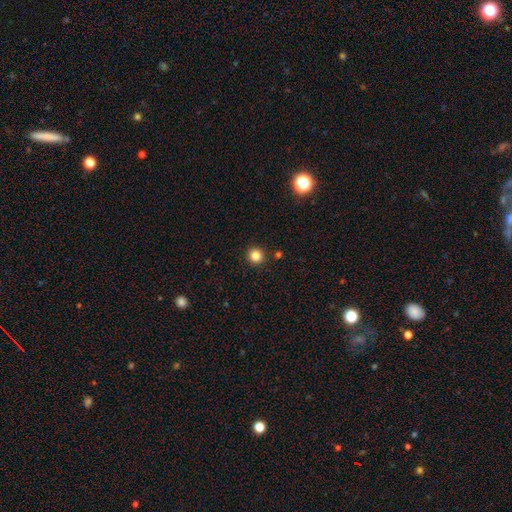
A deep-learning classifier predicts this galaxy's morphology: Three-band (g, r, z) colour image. It shows a smooth galaxy with no disk features (84%) that is round (94%). Merging: none (91%).